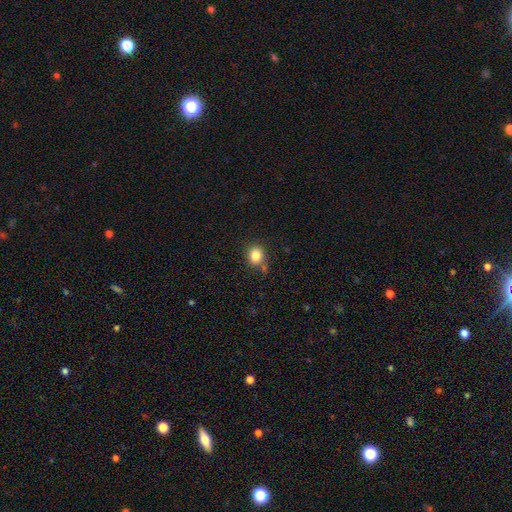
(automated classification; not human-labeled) Smooth or featured?
  - smooth: 84% *
  - star or artifact: 11%
  - featured or disk: 6%
How rounded?
  - round: 69% *
  - in between: 30%
  - cigar-shaped: 1%
Merging?
  - none: 75% *
  - minor disturbance: 14%
  - merger: 7%
  - major disturbance: 4%